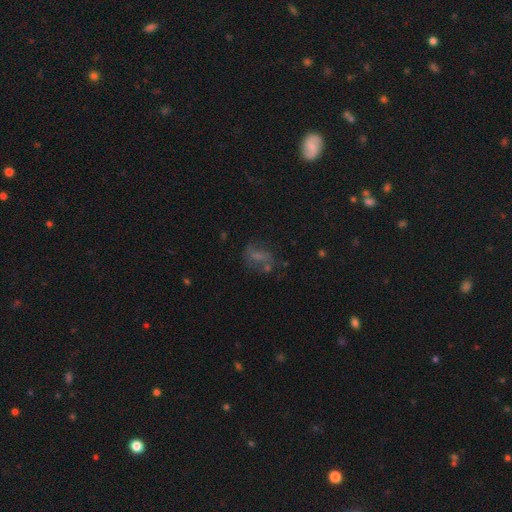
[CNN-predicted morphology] Smooth or featured? Predicted: featured or disk (p=0.42). Merging? Predicted: none (p=0.54).